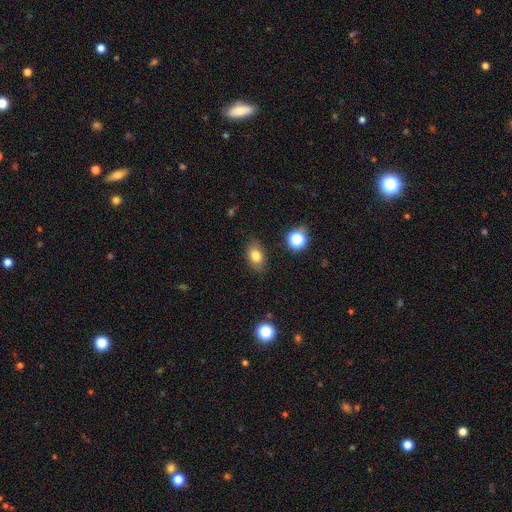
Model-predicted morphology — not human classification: This is likely a smooth galaxy (78%). How rounded: clearly in between (82%). Merging: clearly none (83%).